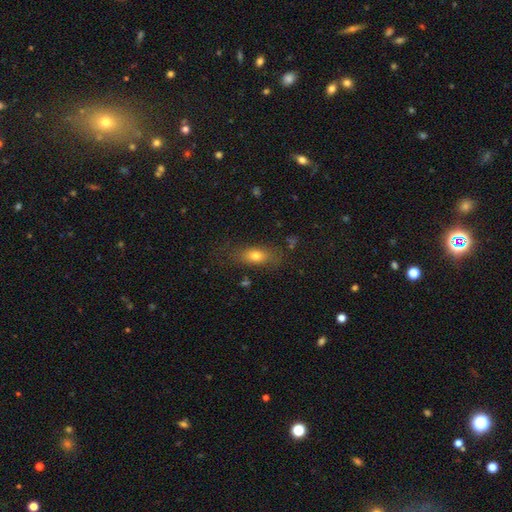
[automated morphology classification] Smooth or featured? Predicted: smooth (p=0.71). How rounded? Predicted: in between (p=0.71). Merging? Predicted: none (p=0.72).